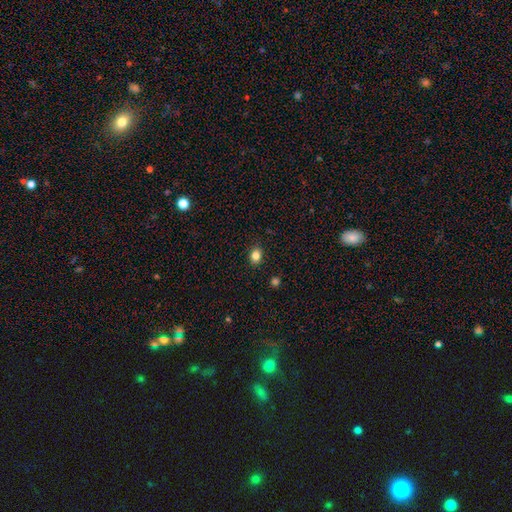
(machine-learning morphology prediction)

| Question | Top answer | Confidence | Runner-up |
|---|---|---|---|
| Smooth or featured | smooth | 84% | star or artifact (11%) |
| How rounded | in between | 55% | round (44%) |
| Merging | none | 88% | minor disturbance (8%) |